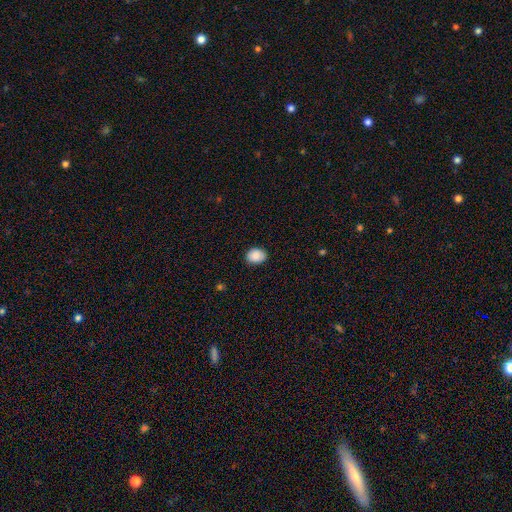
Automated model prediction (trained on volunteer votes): Overall: smooth (89%). How rounded: in between (56%; round 43%). Merging: none (87%).